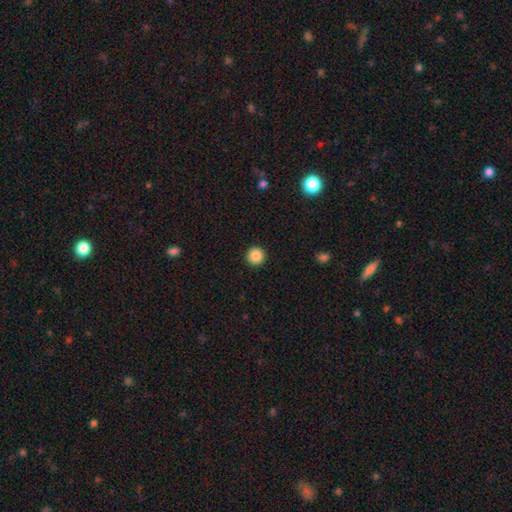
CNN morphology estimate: Overall: smooth (87%). How rounded: round (96%). Merging: none (93%).